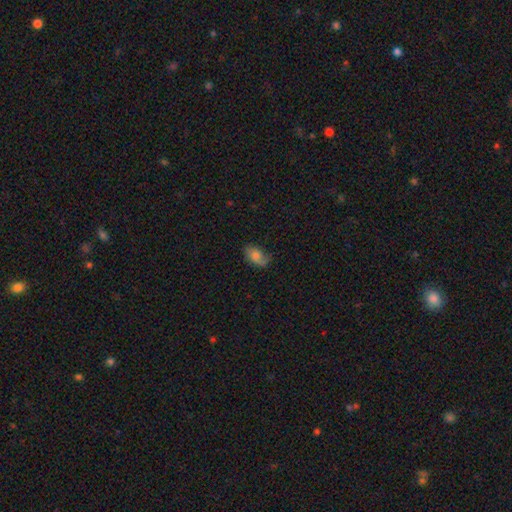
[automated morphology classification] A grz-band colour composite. It shows a smooth galaxy with no disk features (58%) that is in between round and cigar-shaped (87%). Merging: none (59%).